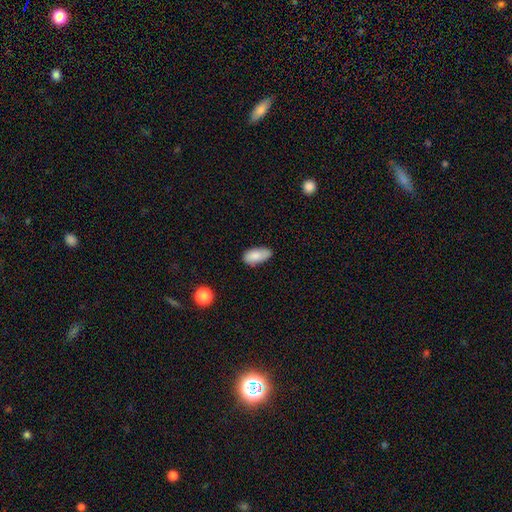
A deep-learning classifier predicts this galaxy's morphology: type=smooth (85%); roundness=in between (92%); merging=none (67%).